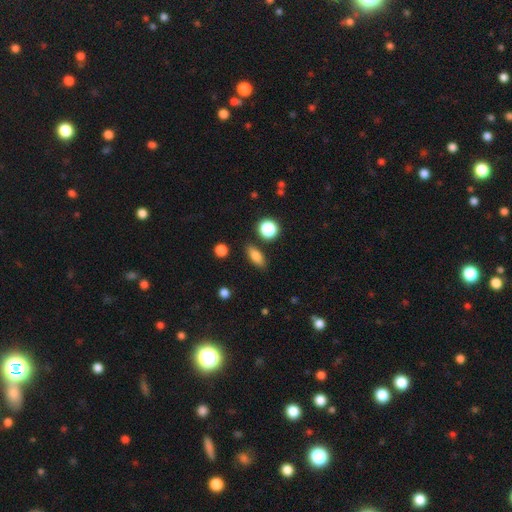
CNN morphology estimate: Smooth or featured: smooth — 80% (star or artifact — 10%)
How rounded: in between — 72% (cigar-shaped — 18%)
Merging: none — 84% (minor disturbance — 10%)